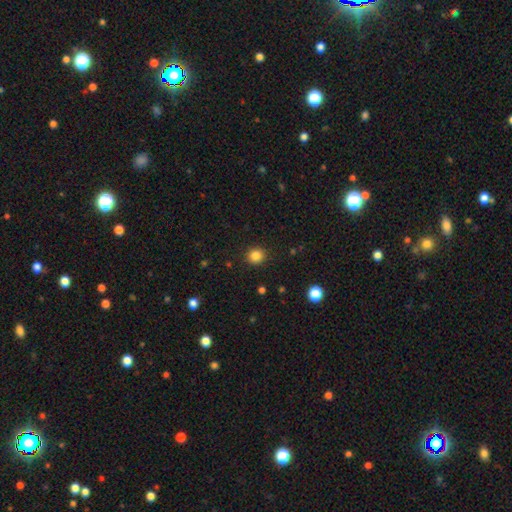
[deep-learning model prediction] This is clearly a smooth galaxy (84%). How rounded: clearly round (89%). Merging: clearly none (91%).